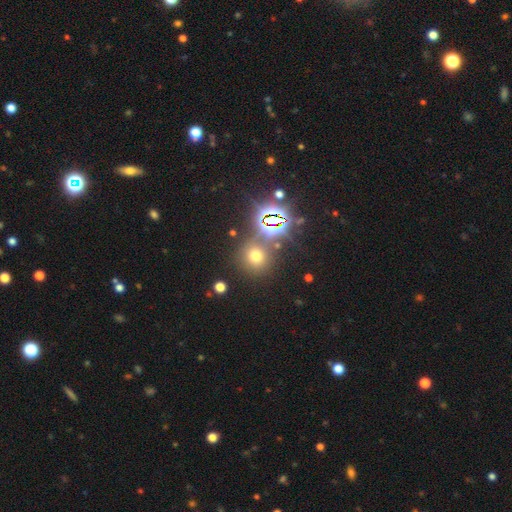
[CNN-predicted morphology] Smooth or featured?
  - smooth: 56% *
  - star or artifact: 35%
  - featured or disk: 9%
How rounded?
  - round: 89% *
  - in between: 10%
  - cigar-shaped: 1%
Merging?
  - none: 77% *
  - merger: 9%
  - minor disturbance: 9%
  - major disturbance: 5%